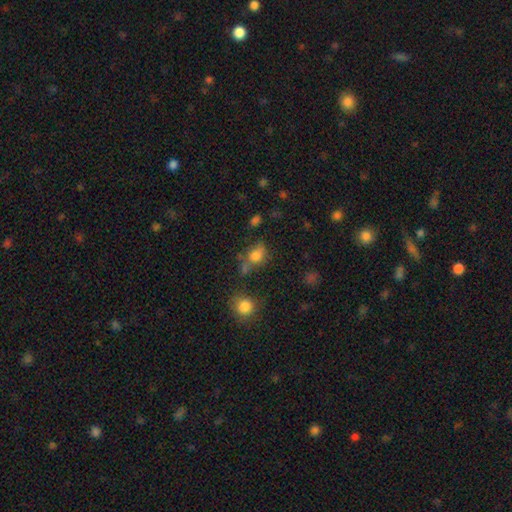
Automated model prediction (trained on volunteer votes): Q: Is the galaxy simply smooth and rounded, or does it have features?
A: smooth — 75%.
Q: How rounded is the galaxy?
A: in between — 57%.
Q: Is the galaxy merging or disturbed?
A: none — 49%.